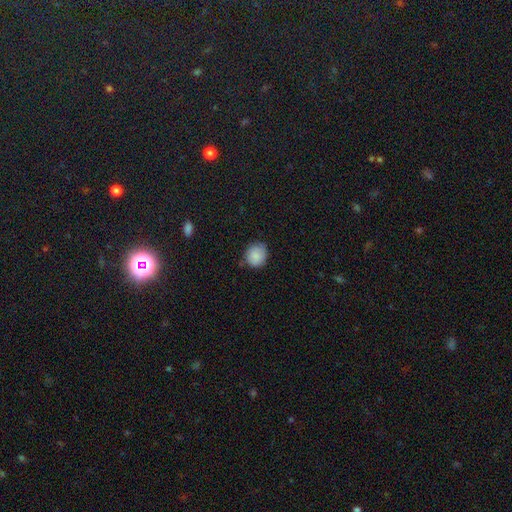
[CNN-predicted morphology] This is clearly a smooth galaxy (85%). How rounded: likely round (80%). Merging: likely none (72%).